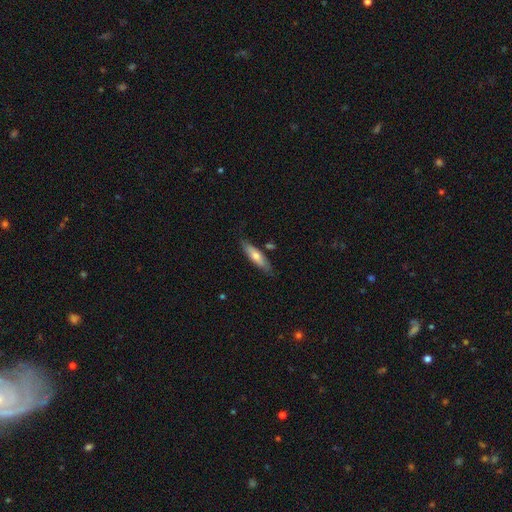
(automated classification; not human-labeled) This appears to be a smooth galaxy with no disk features (60%) that is cigar-shaped (68%). Merging: none (80%).